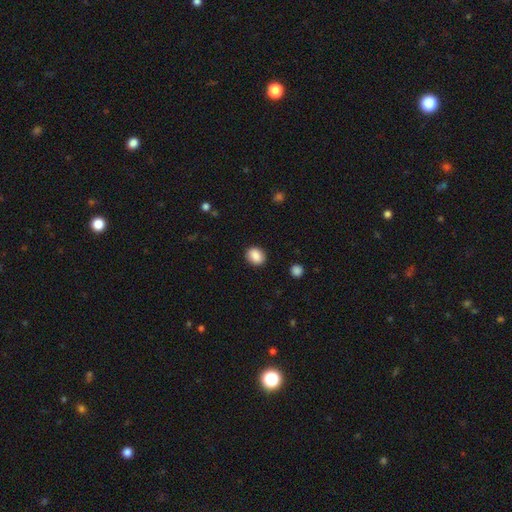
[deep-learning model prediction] smooth 88%, star or artifact 8%, featured or disk 4%. Down the decision tree: how rounded — in between (51%); merging — none (89%).